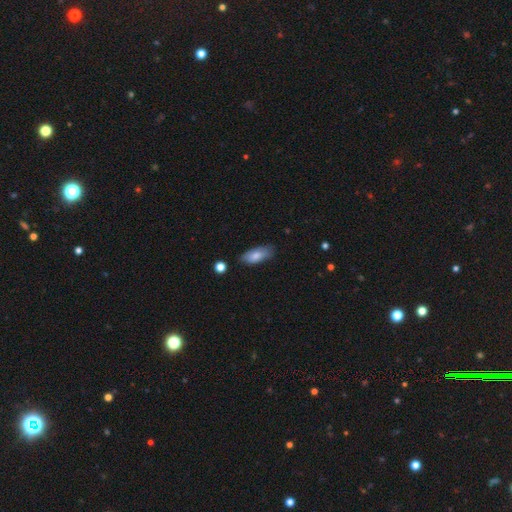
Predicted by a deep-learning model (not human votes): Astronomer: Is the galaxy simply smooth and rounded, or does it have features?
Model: smooth — 77%.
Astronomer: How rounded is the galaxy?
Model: in between — 83%.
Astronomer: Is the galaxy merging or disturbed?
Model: none — 75%.